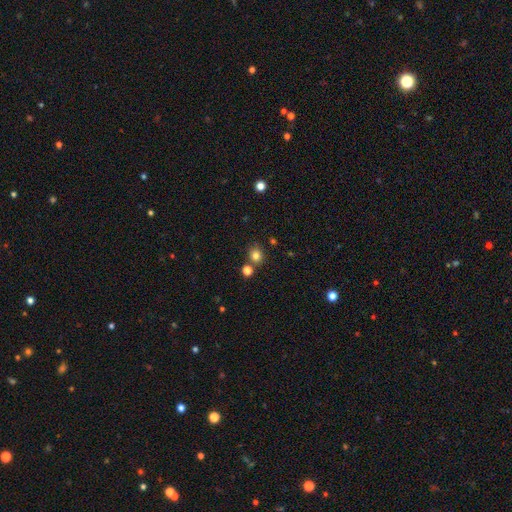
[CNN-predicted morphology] smooth-or-featured: smooth: 80% | star or artifact: 14% | featured or disk: 6%
  how-rounded: round: 81% | in between: 18% | cigar-shaped: 1%
  merging: none: 75% | merger: 13% | minor disturbance: 9% | major disturbance: 3%